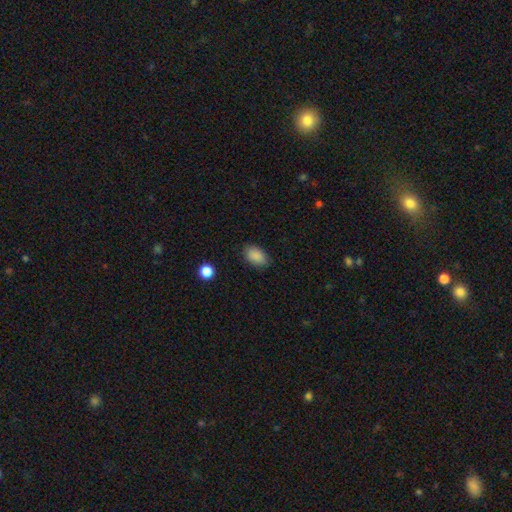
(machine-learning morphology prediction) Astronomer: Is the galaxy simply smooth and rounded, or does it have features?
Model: smooth — 88%.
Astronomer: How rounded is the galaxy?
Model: in between — 88%.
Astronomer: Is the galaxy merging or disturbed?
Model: none — 82%.